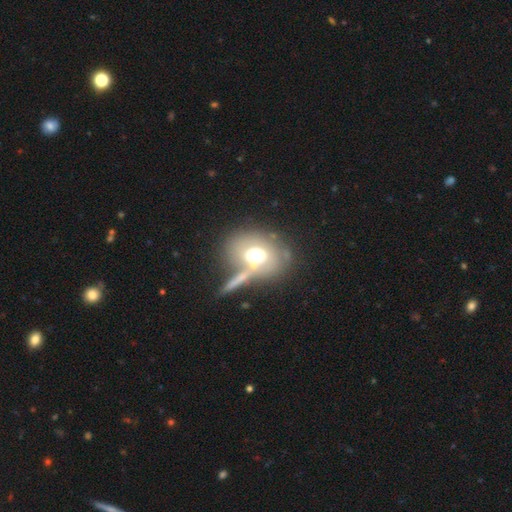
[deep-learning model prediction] This is possibly a smooth galaxy (59%). How rounded: possibly in between (50%). Merging: possibly none (50%).